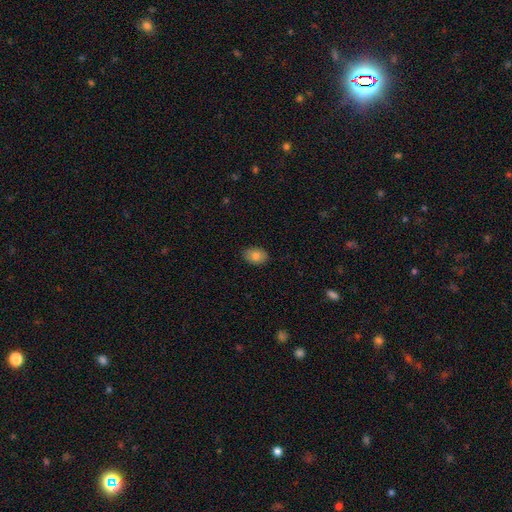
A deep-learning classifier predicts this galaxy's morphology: Overall: smooth (83%). How rounded: in between (84%). Merging: none (87%).